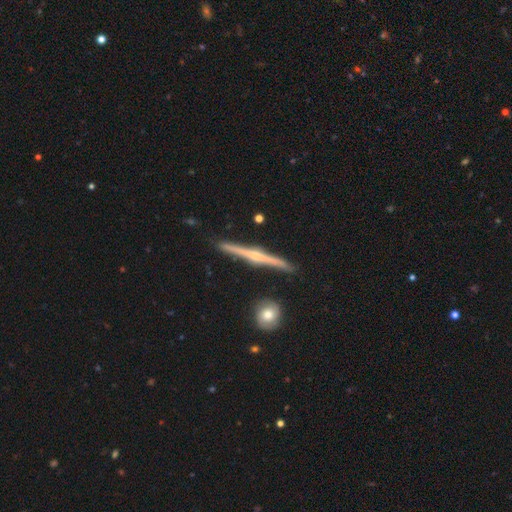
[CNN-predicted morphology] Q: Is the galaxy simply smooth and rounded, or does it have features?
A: featured or disk — 82%.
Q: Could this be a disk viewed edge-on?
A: yes — 98%.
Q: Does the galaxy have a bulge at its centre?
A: rounded — 80%.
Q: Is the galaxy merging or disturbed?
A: none — 90%.